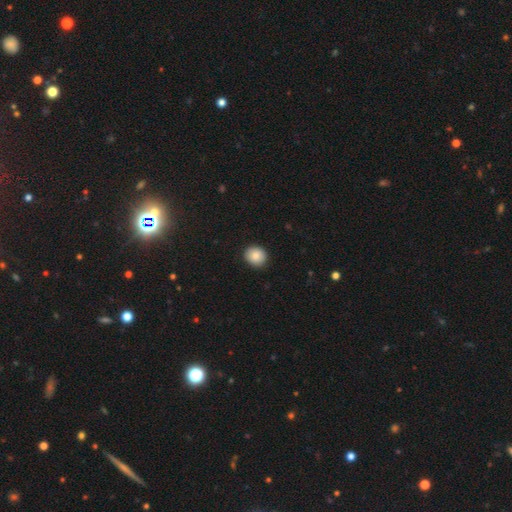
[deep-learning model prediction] Q: Smooth or featured?
A: smooth (84%); runner-up: star or artifact (9%)
Q: How rounded?
A: round (80%); runner-up: in between (19%)
Q: Merging?
A: none (90%); runner-up: minor disturbance (7%)